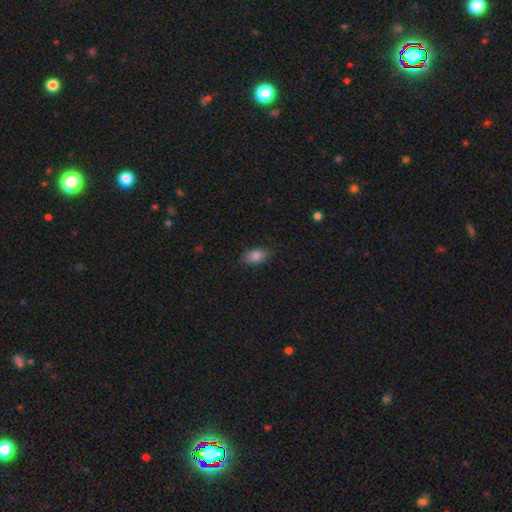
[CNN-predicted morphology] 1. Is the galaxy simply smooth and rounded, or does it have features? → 85% smooth, 9% star or artifact, 6% featured or disk.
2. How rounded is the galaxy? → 87% in between, 10% round, 2% cigar-shaped.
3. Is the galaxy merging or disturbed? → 81% none, 15% minor disturbance, 3% major disturbance, 1% merger.